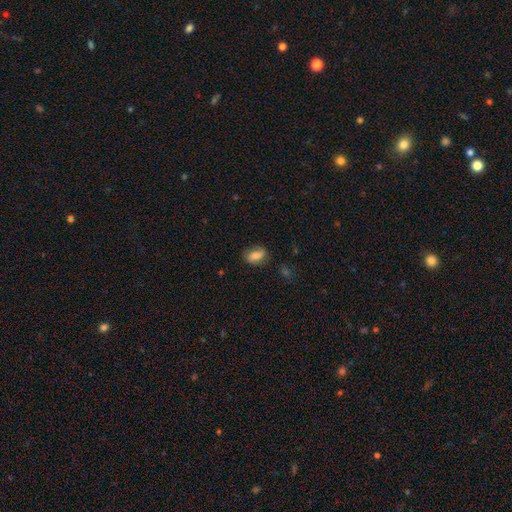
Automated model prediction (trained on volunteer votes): A smooth galaxy with no disk features (63%) that is in between round and cigar-shaped (81%).

Vote fractions:
- Smooth or featured? smooth: 63% / featured or disk: 28% / star or artifact: 9%
- How rounded? in between: 81% / round: 15% / cigar-shaped: 4%
- Merging? none: 74% / minor disturbance: 18% / major disturbance: 6% / merger: 2%